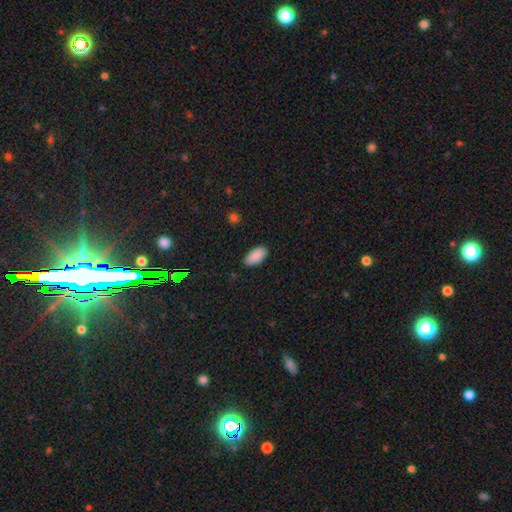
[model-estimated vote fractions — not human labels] The model was most divided on "merging": none: 86%, minor disturbance: 10%, major disturbance: 2%, merger: 1%. More confident: how rounded — in between (93%); smooth or featured — smooth (90%).